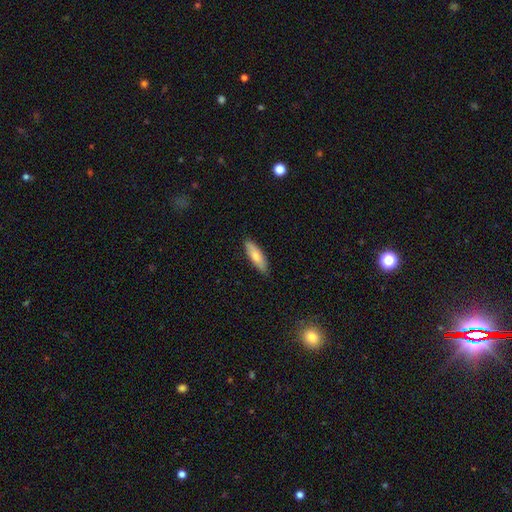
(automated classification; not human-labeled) Smooth or featured? Predicted: smooth (p=0.78). How rounded? Predicted: cigar-shaped (p=0.51). Merging? Predicted: none (p=0.85).